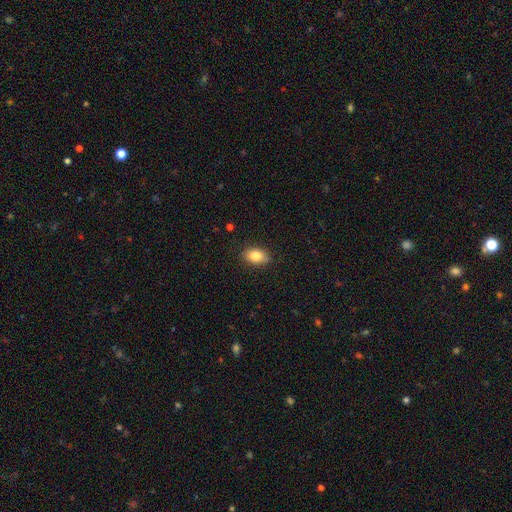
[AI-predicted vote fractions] This appears to be a smooth galaxy with no disk features (85%) that is in between round and cigar-shaped (81%). Merging: none (86%).